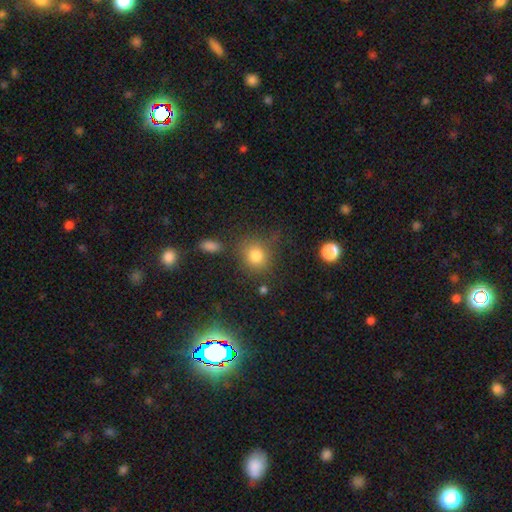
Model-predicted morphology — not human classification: Q: Smooth or featured?
A: smooth (79%); runner-up: star or artifact (13%)
Q: How rounded?
A: round (75%); runner-up: in between (23%)
Q: Merging?
A: none (74%); runner-up: minor disturbance (14%)